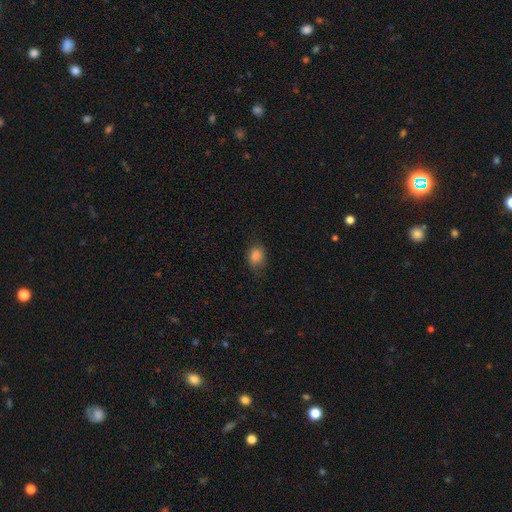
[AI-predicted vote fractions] A smooth galaxy with no disk features (84%) that is in between round and cigar-shaped (62%). Merging: none (74%).